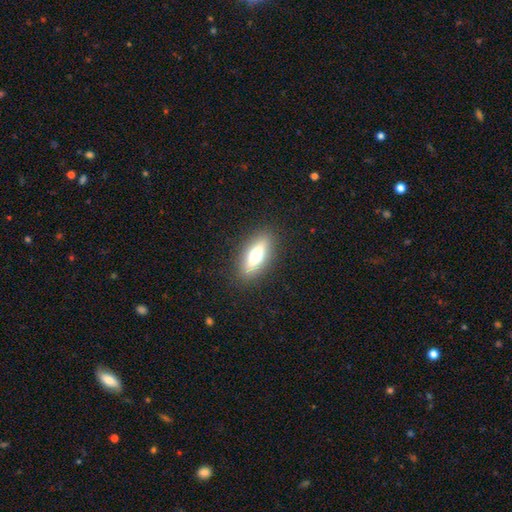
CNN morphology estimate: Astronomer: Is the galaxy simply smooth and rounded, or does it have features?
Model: smooth — 58% (runner-up: featured or disk, 34%).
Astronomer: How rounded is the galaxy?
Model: in between — 61%.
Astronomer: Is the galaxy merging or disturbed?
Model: none — 88%.